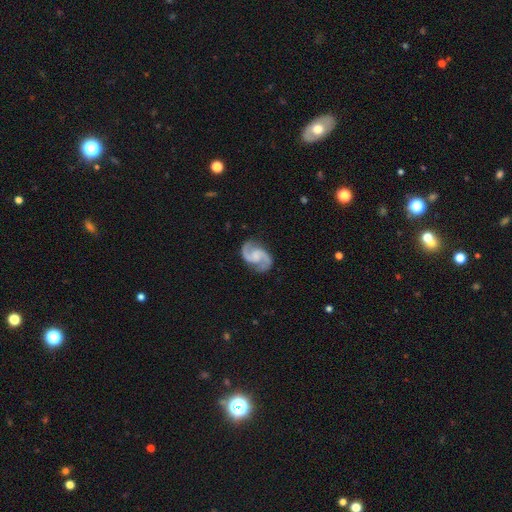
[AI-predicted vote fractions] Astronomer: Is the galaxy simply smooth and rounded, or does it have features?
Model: featured or disk — 92%.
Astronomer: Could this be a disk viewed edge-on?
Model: no — 98%.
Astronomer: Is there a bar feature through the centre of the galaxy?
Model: no — 52% (runner-up: weak, 39%).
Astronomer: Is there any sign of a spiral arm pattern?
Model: yes — 98%.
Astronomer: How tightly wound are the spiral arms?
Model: medium — 60%.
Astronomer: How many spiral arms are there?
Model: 2 — 95%.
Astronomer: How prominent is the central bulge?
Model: none — 40% (runner-up: small, 29%).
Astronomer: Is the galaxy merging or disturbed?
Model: none — 83%.